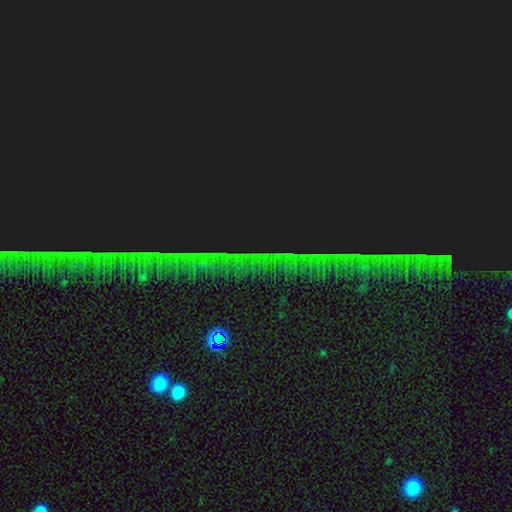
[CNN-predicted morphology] This is clearly a star or artifact rather than a galaxy (86%).